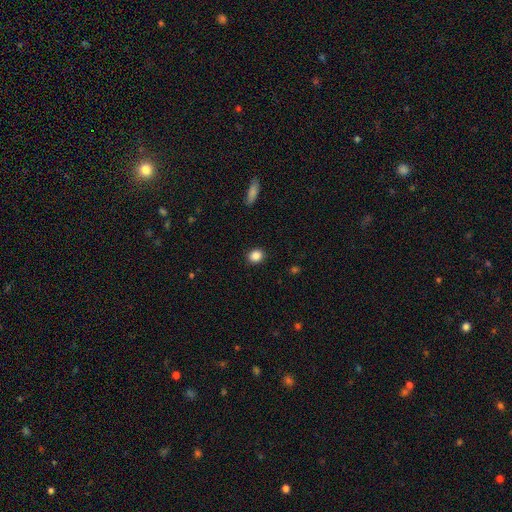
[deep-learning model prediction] Smooth or featured: smooth — 87% (star or artifact — 10%)
How rounded: round — 75% (in between — 24%)
Merging: none — 90% (minor disturbance — 7%)